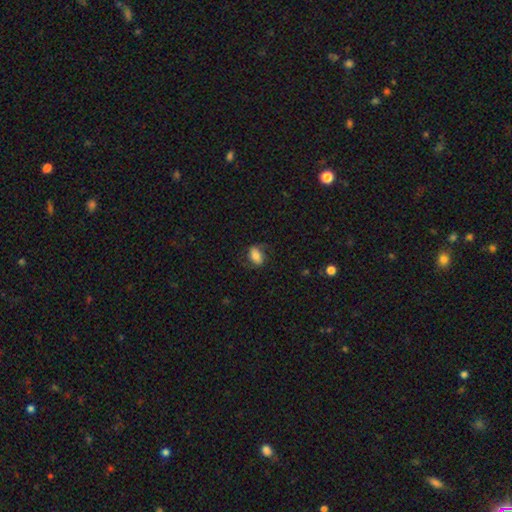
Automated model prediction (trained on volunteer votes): Smooth or featured? smooth (69%)
How rounded? in between (85%)
Merging? none (68%)